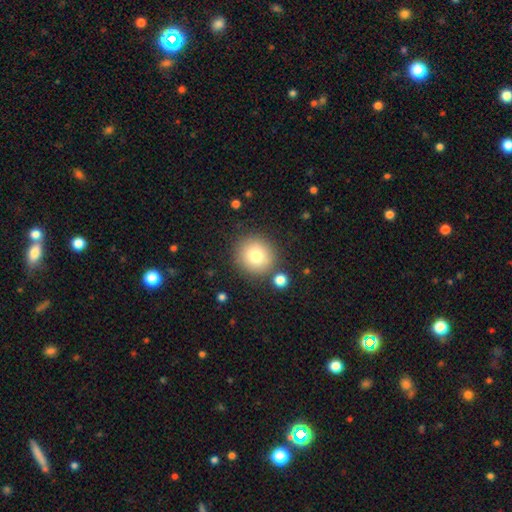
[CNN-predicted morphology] Smooth or featured? Predicted: smooth (p=0.77). How rounded? Predicted: round (p=0.93). Merging? Predicted: none (p=0.84).